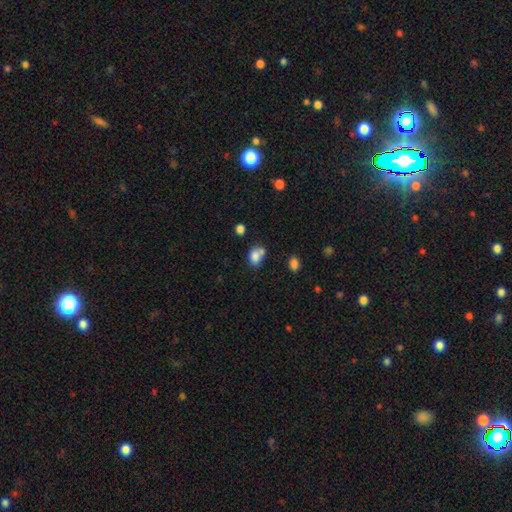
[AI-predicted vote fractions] smooth_or_featured: smooth (p=0.80) [alt: star or artifact p=0.10]
how_rounded: in between (p=0.59) [alt: round p=0.40]
merging: none (p=0.41) [alt: merger p=0.38]